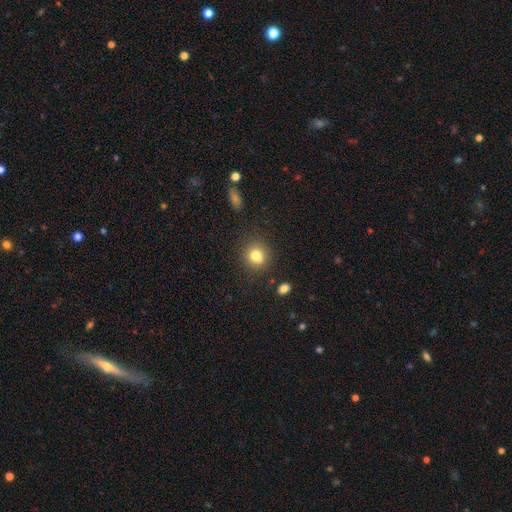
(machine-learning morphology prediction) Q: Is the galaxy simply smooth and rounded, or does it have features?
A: smooth — 80%.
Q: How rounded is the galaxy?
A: round — 84%.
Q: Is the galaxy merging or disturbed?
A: none — 79%.